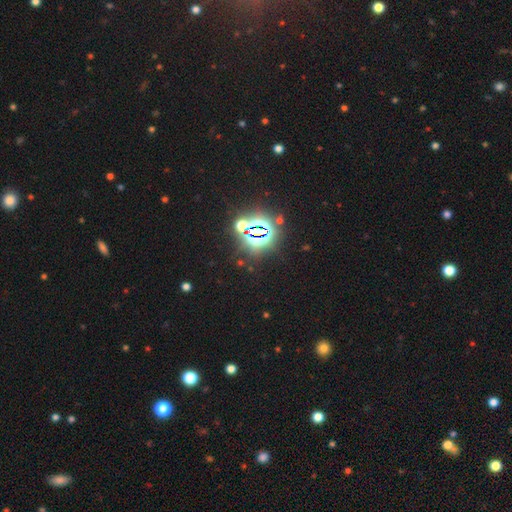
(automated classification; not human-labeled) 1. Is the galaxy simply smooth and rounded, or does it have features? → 83% star or artifact, 11% smooth, 7% featured or disk.